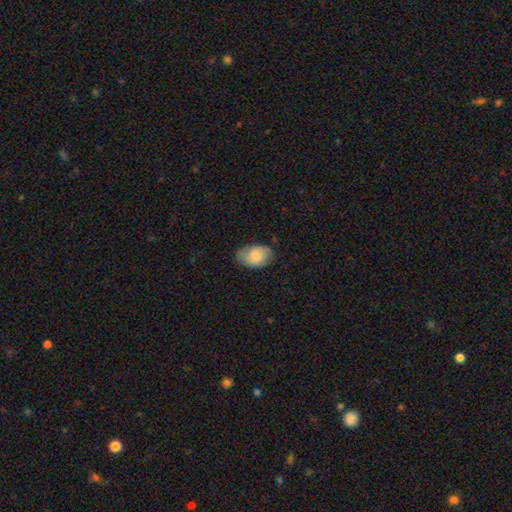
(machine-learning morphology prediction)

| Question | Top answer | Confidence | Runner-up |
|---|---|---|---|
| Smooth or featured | smooth | 73% | featured or disk (21%) |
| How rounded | in between | 88% | round (11%) |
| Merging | none | 68% | minor disturbance (25%) |